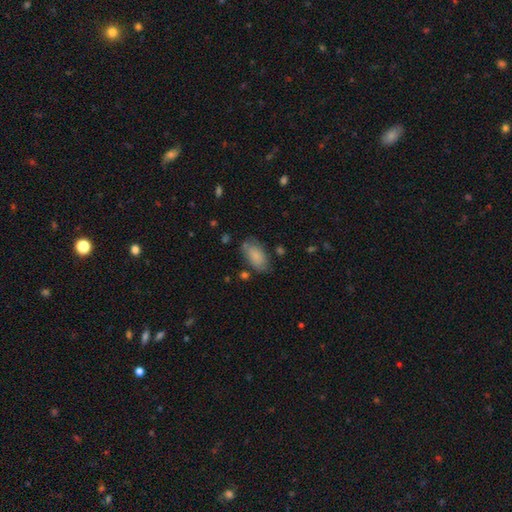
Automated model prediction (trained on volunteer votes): This is clearly a smooth galaxy (81%). How rounded: clearly in between (93%). Merging: likely none (69%).